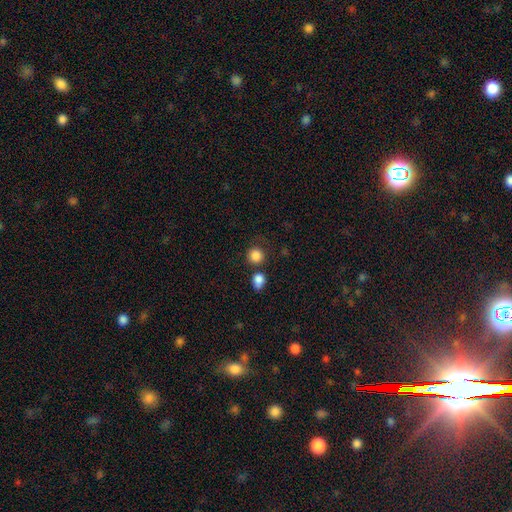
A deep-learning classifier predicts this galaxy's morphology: The model was most divided on "merging": none: 67%, merger: 16%, minor disturbance: 12%, major disturbance: 5%. More confident: how rounded — round (88%); smooth or featured — smooth (85%).